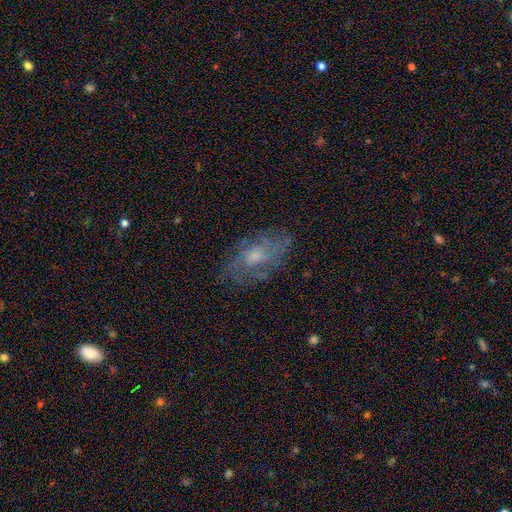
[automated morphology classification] The model was most divided on "smooth or featured": featured or disk: 53%, smooth: 33%, star or artifact: 14%. More confident: edge-on disk — no (90%); merging — none (71%).